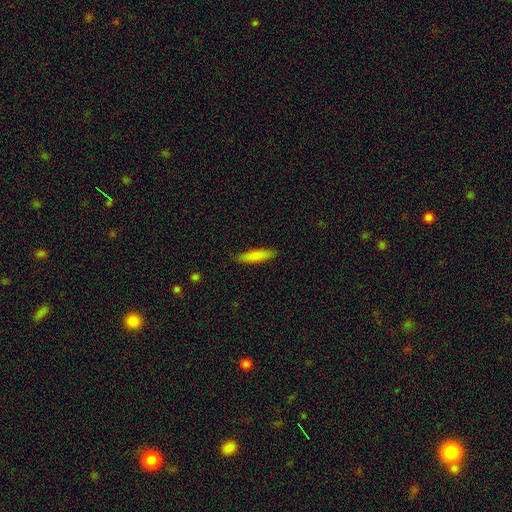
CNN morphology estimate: Smooth or featured? Predicted: smooth (p=0.82). How rounded? Predicted: cigar-shaped (p=0.78). Merging? Predicted: none (p=0.88).